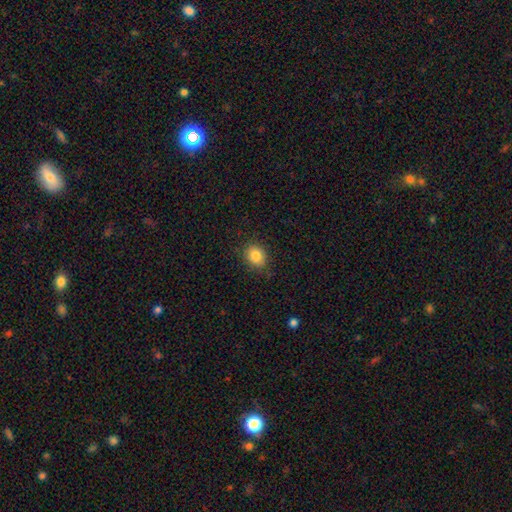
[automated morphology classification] A smooth galaxy with no disk features (84%) that is round (54%).

Vote fractions:
- Smooth or featured? smooth: 84% / star or artifact: 10% / featured or disk: 6%
- How rounded? round: 54% / in between: 45% / cigar-shaped: 1%
- Merging? none: 85% / minor disturbance: 11% / major disturbance: 3% / merger: 1%